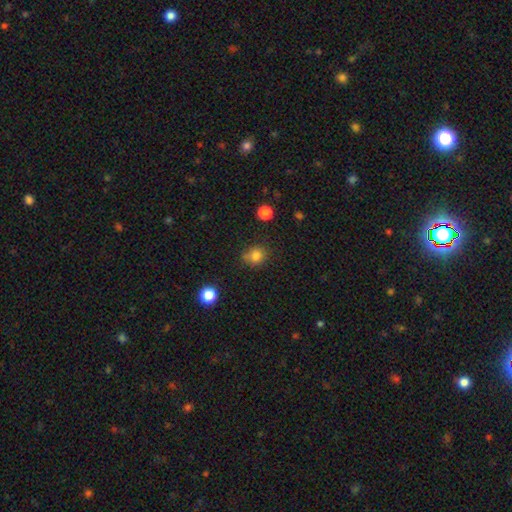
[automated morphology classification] Smooth or featured: smooth — 82% (star or artifact — 13%)
How rounded: round — 75% (in between — 24%)
Merging: none — 68% (minor disturbance — 20%)